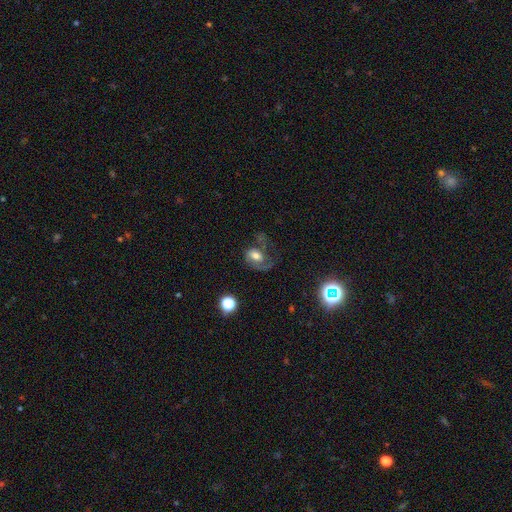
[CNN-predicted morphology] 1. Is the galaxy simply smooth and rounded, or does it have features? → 51% featured or disk, 38% smooth, 11% star or artifact.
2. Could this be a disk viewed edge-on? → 96% no, 4% yes.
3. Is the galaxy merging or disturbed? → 44% major disturbance, 31% none, 19% minor disturbance, 6% merger.